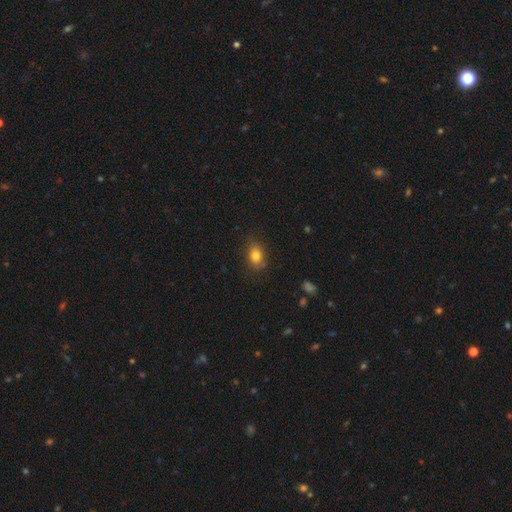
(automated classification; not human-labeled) This is clearly a smooth galaxy (81%). How rounded: likely in between (64%). Merging: likely none (76%).